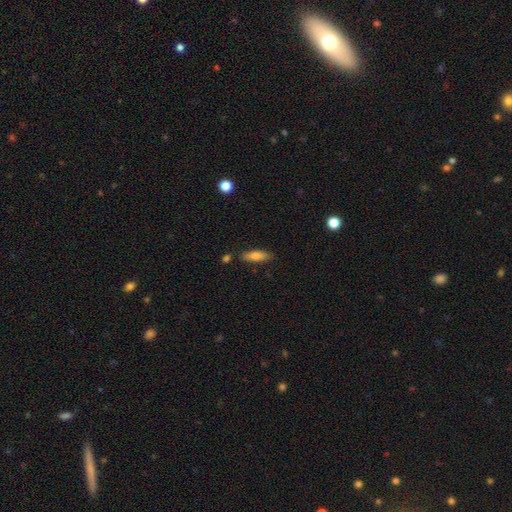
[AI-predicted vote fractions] Smooth or featured? Predicted: smooth (p=0.77). How rounded? Predicted: in between (p=0.55). Merging? Predicted: none (p=0.82).